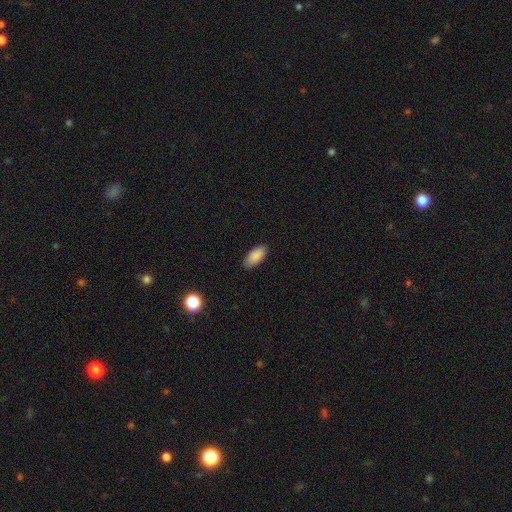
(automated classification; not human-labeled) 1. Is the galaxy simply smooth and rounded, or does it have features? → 89% smooth, 7% star or artifact, 4% featured or disk.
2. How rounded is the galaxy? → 90% in between, 8% cigar-shaped, 2% round.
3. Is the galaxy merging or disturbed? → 87% none, 10% minor disturbance, 2% major disturbance, 1% merger.